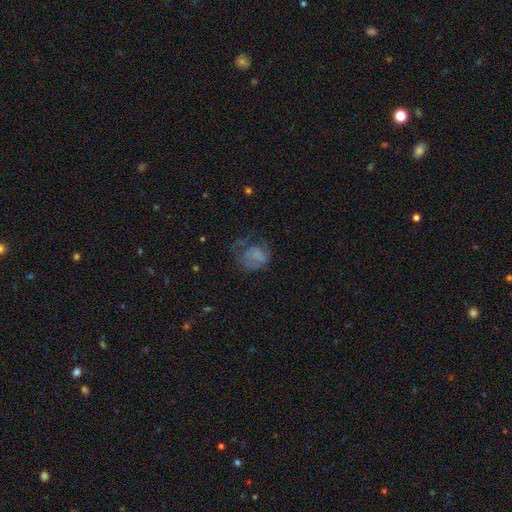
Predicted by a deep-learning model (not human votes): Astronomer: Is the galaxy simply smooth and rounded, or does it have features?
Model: smooth — 53% (runner-up: featured or disk, 33%).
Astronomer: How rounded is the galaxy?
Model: in between — 52% (runner-up: round, 47%).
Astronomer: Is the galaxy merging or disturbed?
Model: major disturbance — 47% (runner-up: none, 28%).